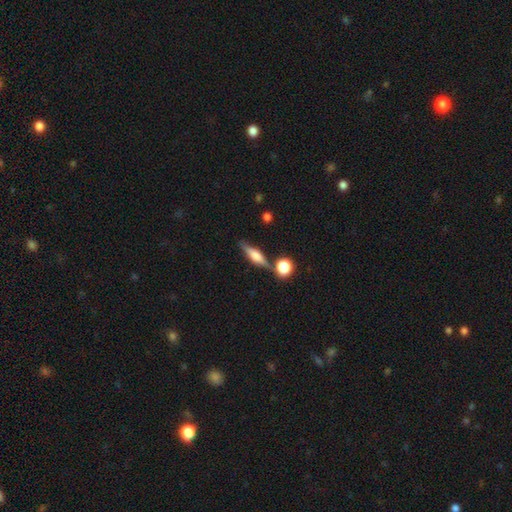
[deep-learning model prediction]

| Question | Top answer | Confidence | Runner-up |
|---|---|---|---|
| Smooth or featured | featured or disk | 58% | smooth (34%) |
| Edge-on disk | yes | 95% | no (5%) |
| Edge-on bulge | rounded | 80% | boxy (16%) |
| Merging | none | 75% | minor disturbance (11%) |